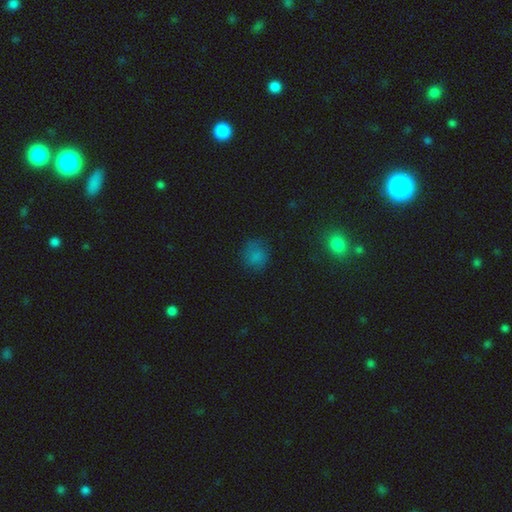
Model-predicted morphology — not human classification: Smooth or featured?
  - smooth: 75% *
  - star or artifact: 18%
  - featured or disk: 7%
How rounded?
  - round: 83% *
  - in between: 16%
  - cigar-shaped: 1%
Merging?
  - none: 75% *
  - minor disturbance: 18%
  - major disturbance: 6%
  - merger: 2%